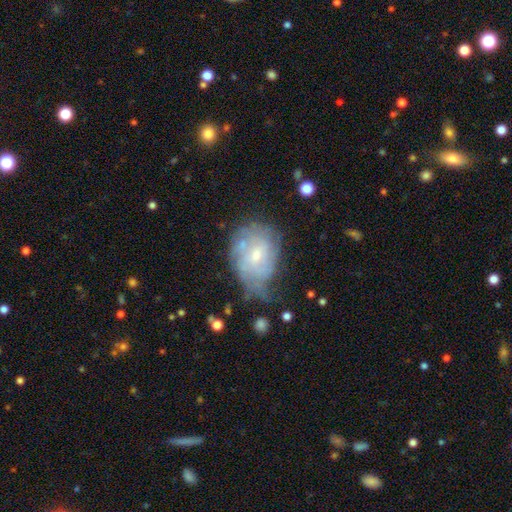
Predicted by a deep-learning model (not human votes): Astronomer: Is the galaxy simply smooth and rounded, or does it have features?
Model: featured or disk — 61%.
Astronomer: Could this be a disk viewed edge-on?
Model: no — 96%.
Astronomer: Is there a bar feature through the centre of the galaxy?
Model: no — 62%.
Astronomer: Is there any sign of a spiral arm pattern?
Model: yes — 71%.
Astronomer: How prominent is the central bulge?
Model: small — 58% (runner-up: moderate, 36%).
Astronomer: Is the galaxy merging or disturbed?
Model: minor disturbance — 35%, tied with none at 35%.